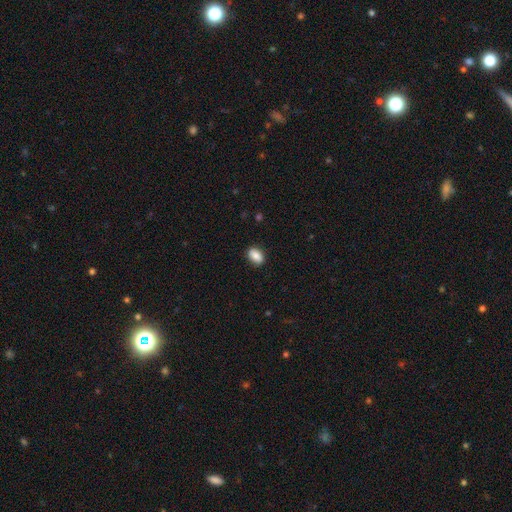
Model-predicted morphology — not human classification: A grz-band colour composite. It shows a smooth galaxy with no disk features (87%) that is in between round and cigar-shaped (84%). Merging: none (87%).